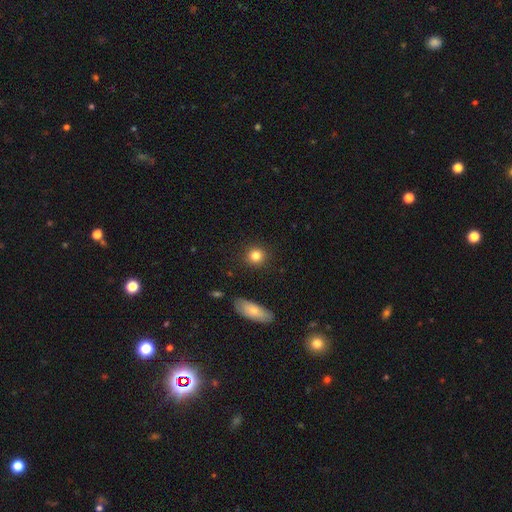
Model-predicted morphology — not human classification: This appears to be a smooth galaxy with no disk features (83%) that is round (88%). Merging: none (89%).